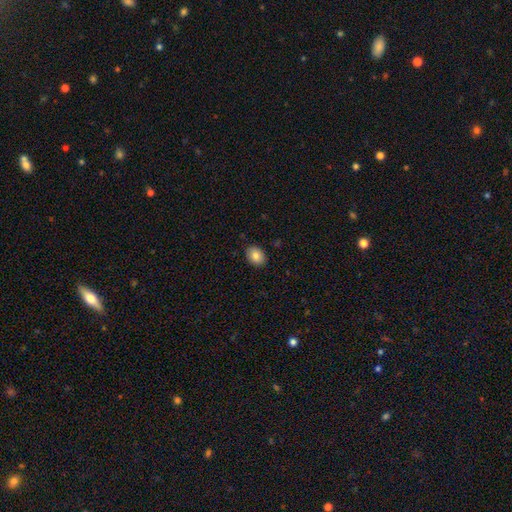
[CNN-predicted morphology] smooth 85%, star or artifact 8%, featured or disk 7%. Down the decision tree: how rounded — in between (65%); merging — none (89%).